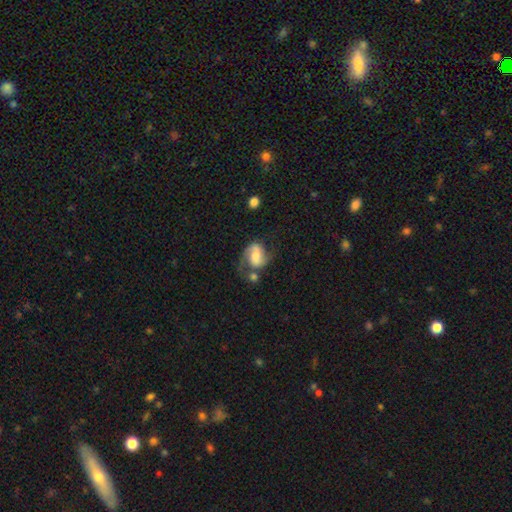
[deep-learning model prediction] The model was most divided on "spiral winding": medium: 47%, loose: 35%, tight: 18%. Remaining: edge-on disk — no (97%); spiral arms — yes (89%); spiral arm count — 2 (83%); smooth or featured — featured or disk (67%); bulge size — moderate (50%); merging — none (45%); bar — weak (44%).